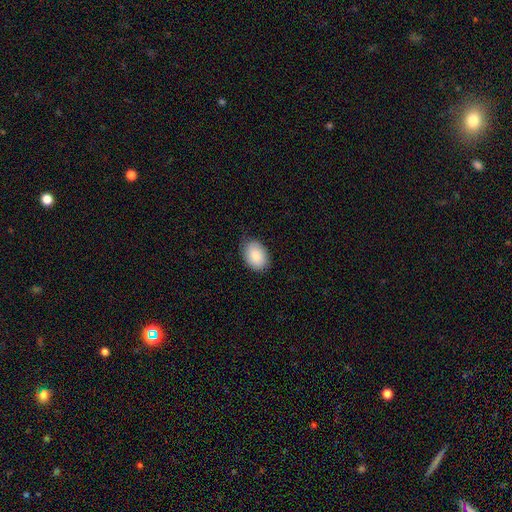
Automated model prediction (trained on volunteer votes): This is clearly a smooth galaxy (86%). How rounded: clearly in between (82%). Merging: likely none (77%).